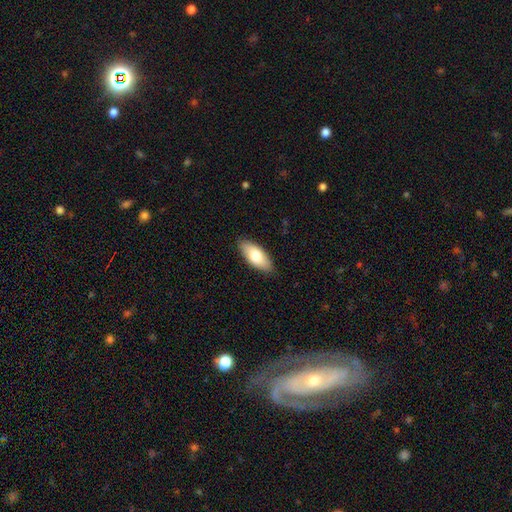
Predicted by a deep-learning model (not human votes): Smooth or featured: smooth — 75% (featured or disk — 19%)
How rounded: in between — 86% (cigar-shaped — 12%)
Merging: none — 88% (minor disturbance — 10%)